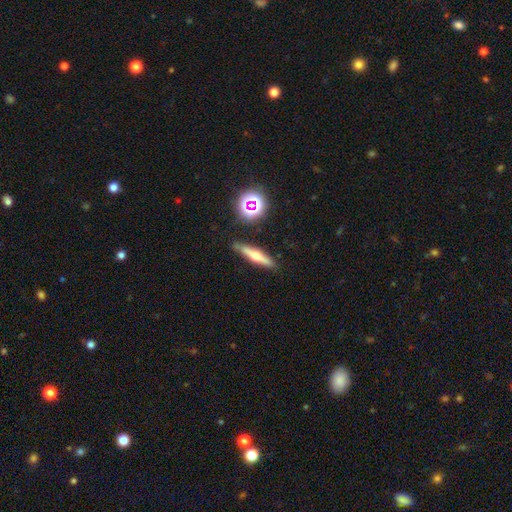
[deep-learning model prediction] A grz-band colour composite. It shows a featured or disk galaxy (49%). Merging: none (86%).